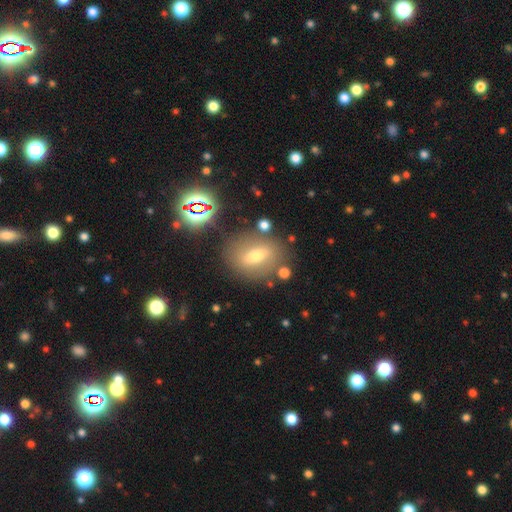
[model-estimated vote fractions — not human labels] This is possibly a smooth galaxy (48%). Merging: likely none (77%).